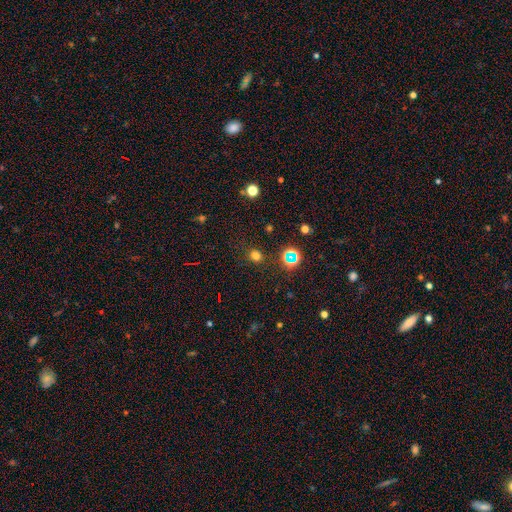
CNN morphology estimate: Smooth or featured: smooth — 70% (star or artifact — 24%)
How rounded: round — 82% (in between — 17%)
Merging: none — 85% (minor disturbance — 9%)